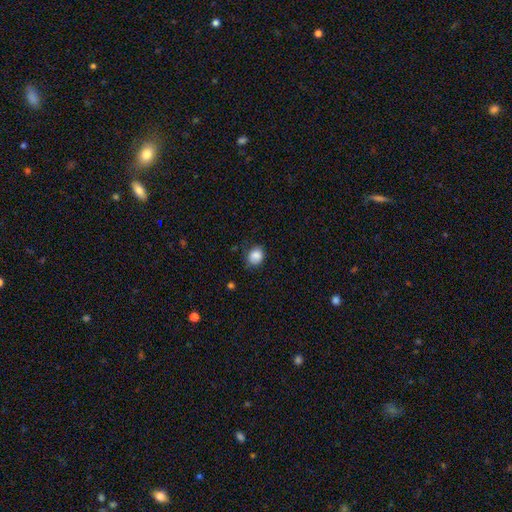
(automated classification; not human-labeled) Morphology: type=smooth (87%); roundness=round (58%); merging=none (73%).